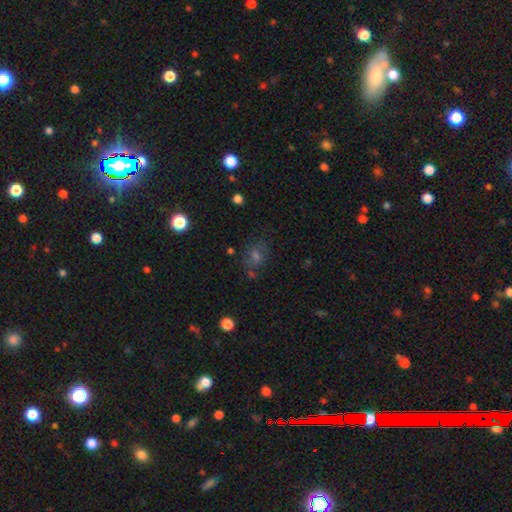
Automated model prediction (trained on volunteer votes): Q: Smooth or featured?
A: smooth (45%); runner-up: star or artifact (33%)
Q: Merging?
A: none (67%); runner-up: minor disturbance (17%)